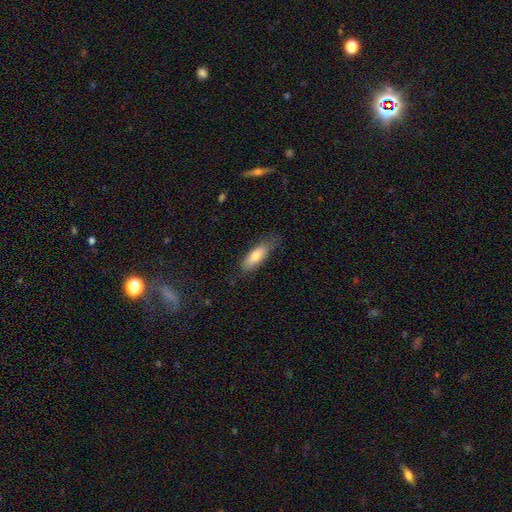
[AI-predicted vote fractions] Q: Smooth or featured?
A: smooth (74%); runner-up: featured or disk (19%)
Q: How rounded?
A: in between (63%); runner-up: cigar-shaped (35%)
Q: Merging?
A: none (66%); runner-up: minor disturbance (25%)